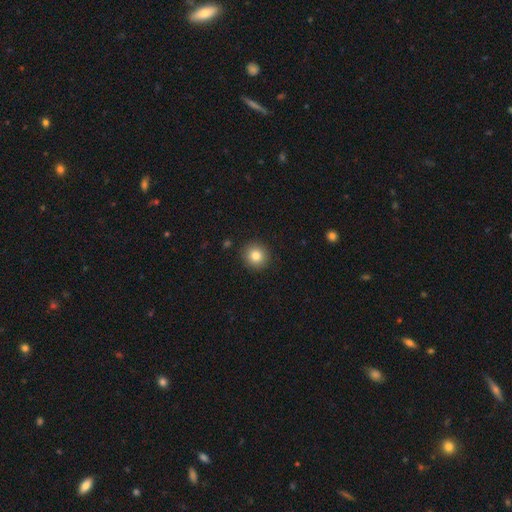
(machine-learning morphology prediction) This appears to be a smooth galaxy with no disk features (83%) that is round (92%). Merging: none (91%).